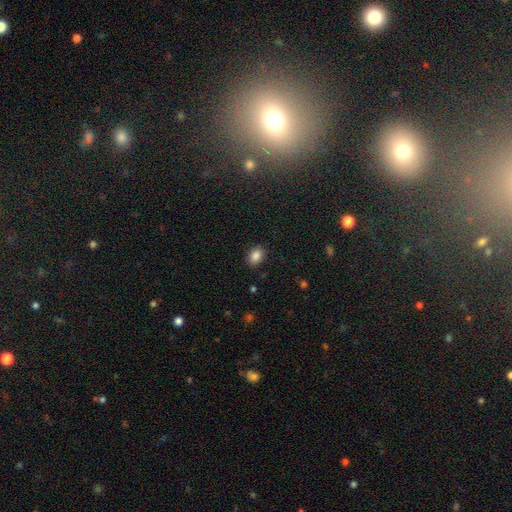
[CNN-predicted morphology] smooth 87%, star or artifact 9%, featured or disk 4%. Down the decision tree: how rounded — in between (71%); merging — none (88%).